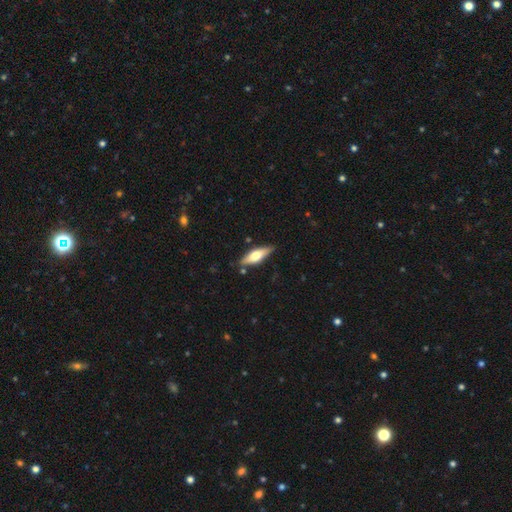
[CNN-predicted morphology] Overall: smooth (50%; featured or disk 44%). How rounded: in between (49%, tied with cigar-shaped). Merging: none (83%).